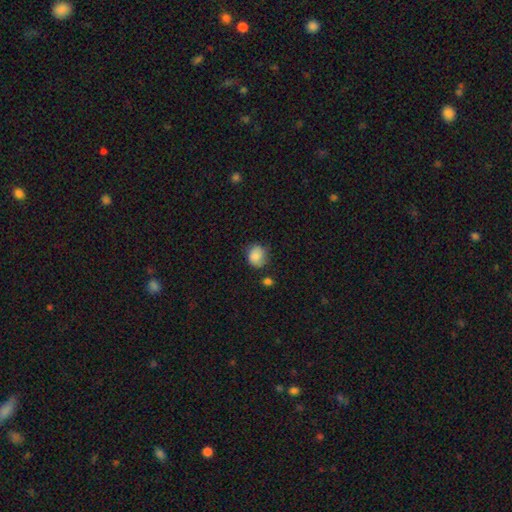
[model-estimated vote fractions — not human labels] Smooth or featured? smooth (81%)
How rounded? round (69%)
Merging? none (63%)